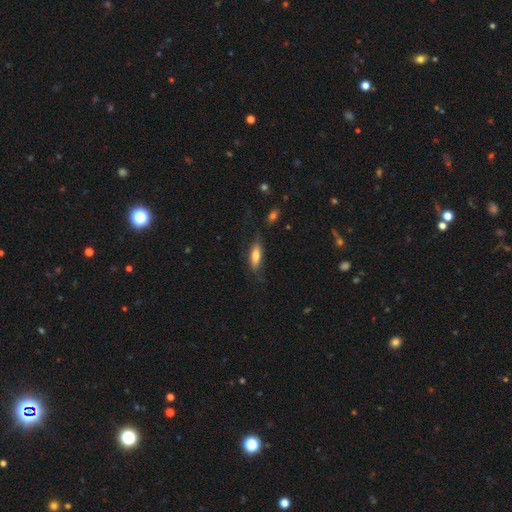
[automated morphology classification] smooth 69%, featured or disk 24%, star or artifact 7%. Down the decision tree: how rounded — in between (50%); merging — none (67%).